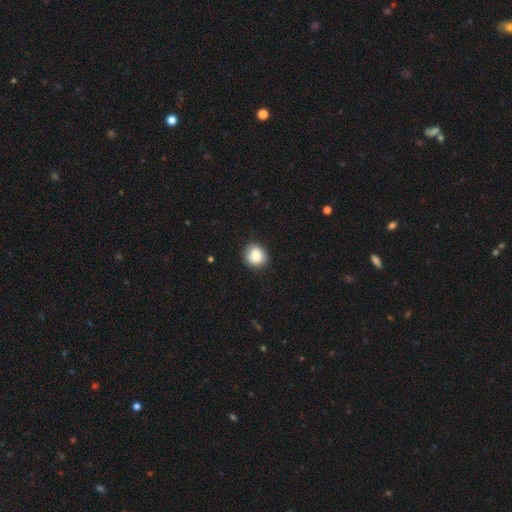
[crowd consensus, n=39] Smooth or featured? smooth (90%)
How rounded? round (89%)
Merging? none (78%)